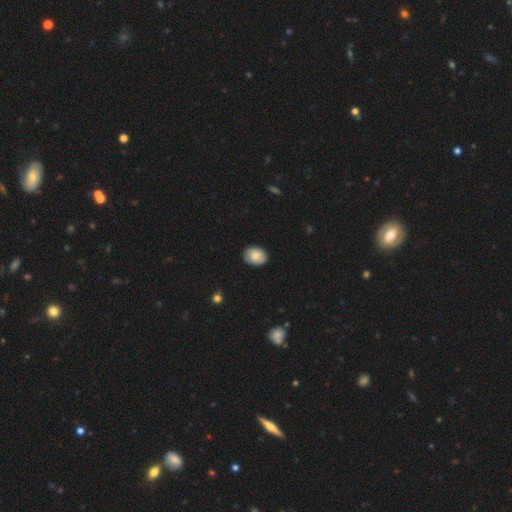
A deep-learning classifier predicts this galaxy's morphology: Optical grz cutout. It shows a smooth galaxy with no disk features (85%) that is in between round and cigar-shaped (67%). Merging: none (84%).